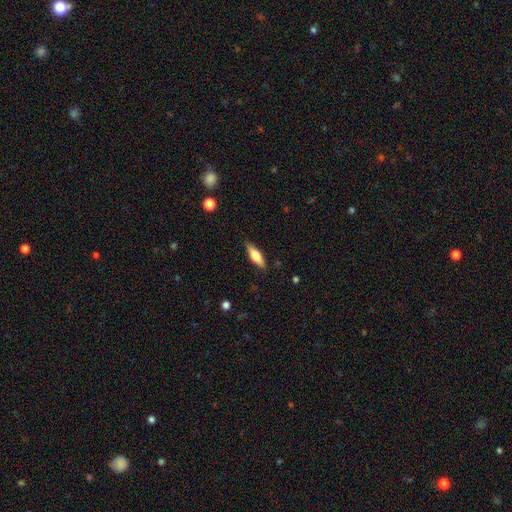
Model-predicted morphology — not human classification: Smooth or featured: smooth — 59% (featured or disk — 35%)
How rounded: cigar-shaped — 51% (in between — 47%)
Merging: none — 86% (minor disturbance — 10%)